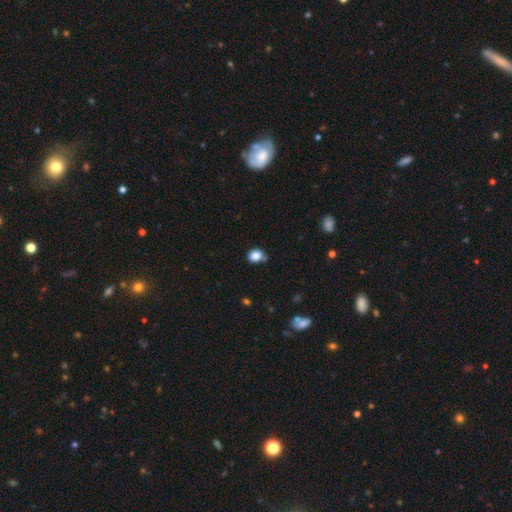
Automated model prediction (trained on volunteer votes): Smooth or featured? Predicted: smooth (p=0.86). How rounded? Predicted: round (p=0.61). Merging? Predicted: none (p=0.68).